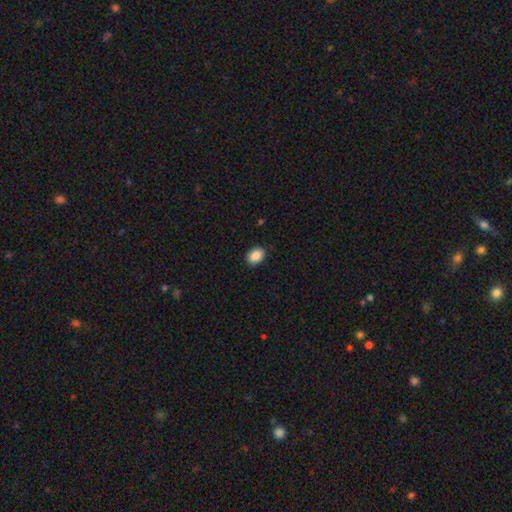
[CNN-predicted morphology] A smooth galaxy with no disk features (90%) that is in between round and cigar-shaped (76%). Merging: none (88%).